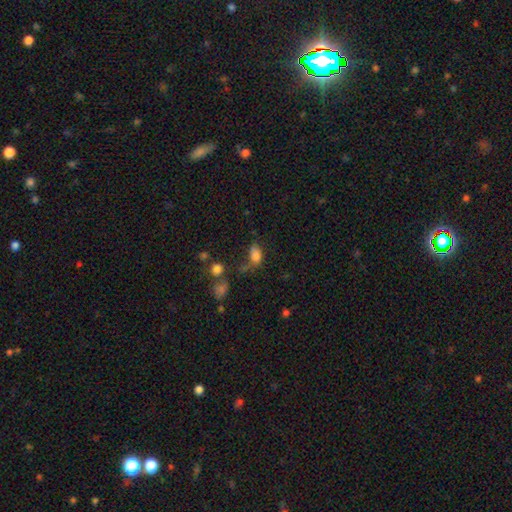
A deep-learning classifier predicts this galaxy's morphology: Smooth or featured: smooth — 80% (star or artifact — 13%)
How rounded: in between — 87% (round — 10%)
Merging: none — 42% (minor disturbance — 25%)